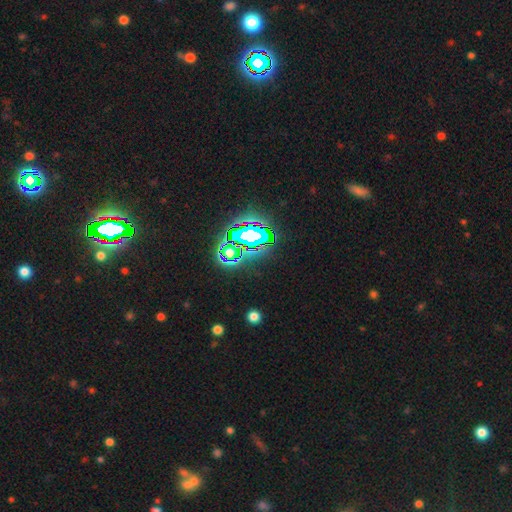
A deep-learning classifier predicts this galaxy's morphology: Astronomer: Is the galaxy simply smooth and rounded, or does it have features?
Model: star or artifact — 80%.